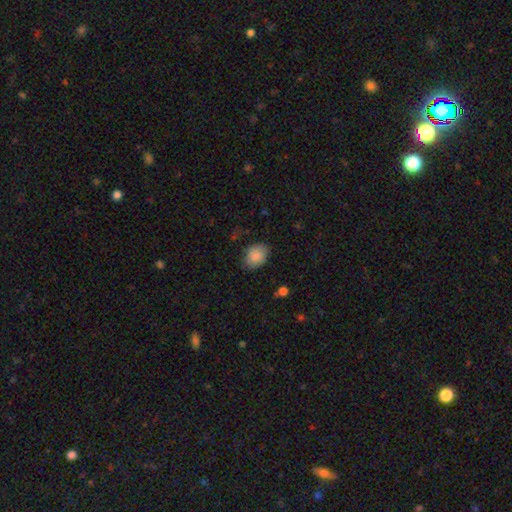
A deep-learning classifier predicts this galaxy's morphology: A smooth galaxy with no disk features (87%) that is in between round and cigar-shaped (68%).

Vote fractions:
- Smooth or featured? smooth: 87% / star or artifact: 7% / featured or disk: 6%
- How rounded? in between: 68% / round: 31% / cigar-shaped: 1%
- Merging? none: 76% / minor disturbance: 19% / major disturbance: 4% / merger: 1%